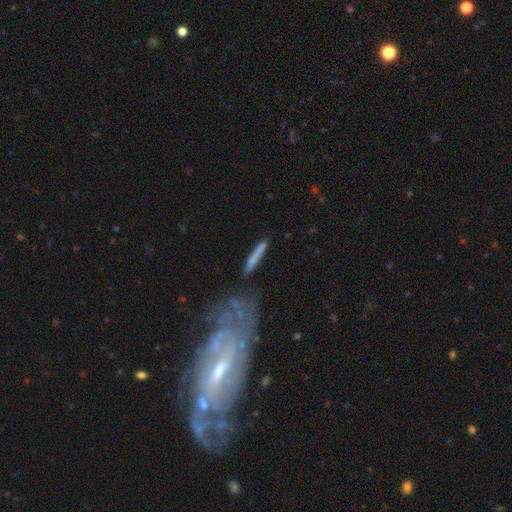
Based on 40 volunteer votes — smooth 70%, featured or disk 18%, star or artifact 12%. Down the decision tree: how rounded — cigar-shaped (96%); merging — none (57%).